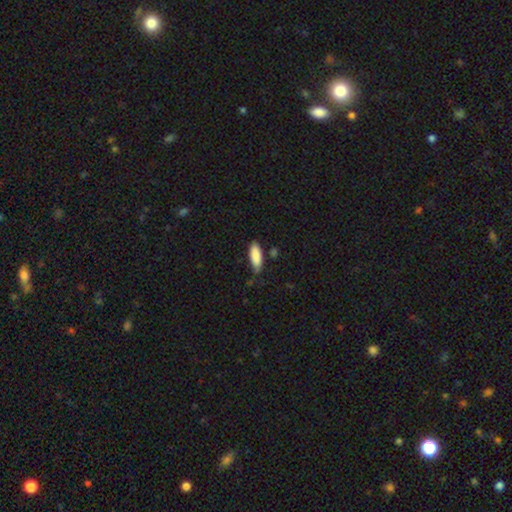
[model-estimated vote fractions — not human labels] smooth_or_featured: smooth (p=0.88) [alt: featured or disk p=0.06]
how_rounded: in between (p=0.70) [alt: cigar-shaped p=0.28]
merging: none (p=0.71) [alt: minor disturbance p=0.22]